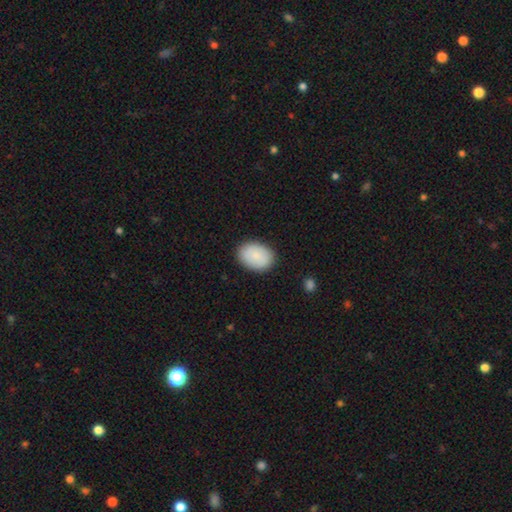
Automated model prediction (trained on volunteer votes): Overall: smooth (86%). How rounded: in between (80%). Merging: none (88%).